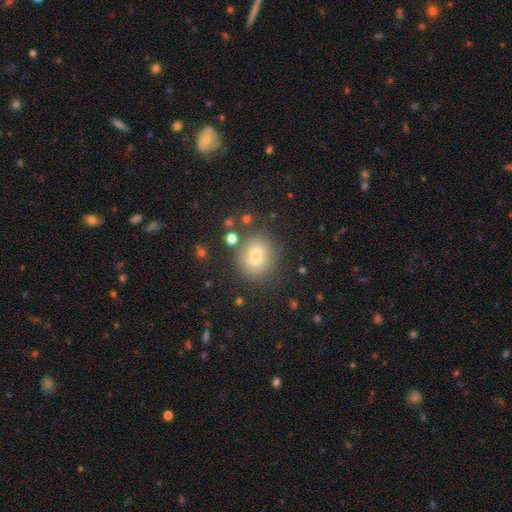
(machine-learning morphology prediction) Smooth or featured? Predicted: smooth (p=0.73). How rounded? Predicted: round (p=0.64). Merging? Predicted: none (p=0.83).